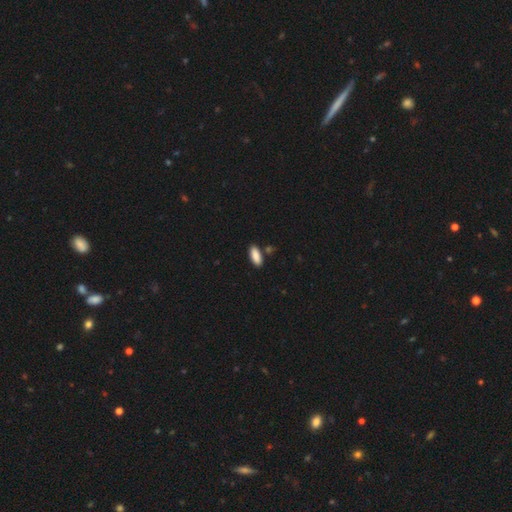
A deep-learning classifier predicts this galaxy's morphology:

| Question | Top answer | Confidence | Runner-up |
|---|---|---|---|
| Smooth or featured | smooth | 89% | star or artifact (6%) |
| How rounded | in between | 82% | cigar-shaped (16%) |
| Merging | none | 84% | minor disturbance (10%) |